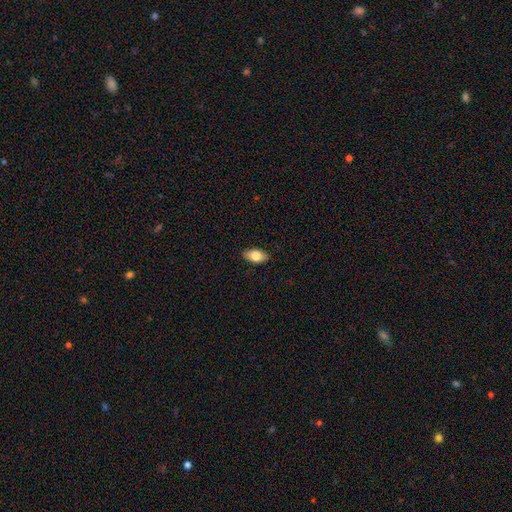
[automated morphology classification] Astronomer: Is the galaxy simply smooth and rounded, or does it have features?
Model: smooth — 79%.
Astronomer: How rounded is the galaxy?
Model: in between — 91%.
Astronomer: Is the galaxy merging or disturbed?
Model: none — 88%.